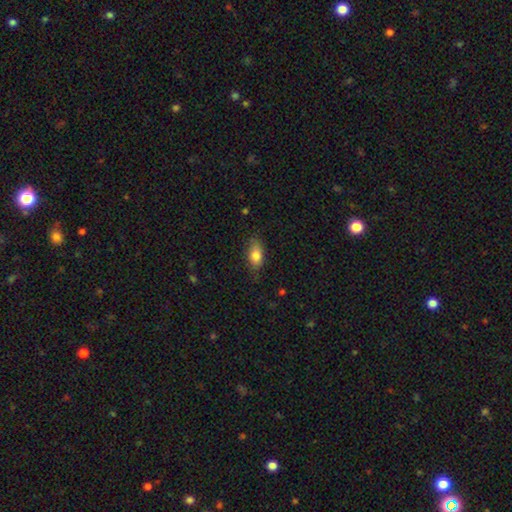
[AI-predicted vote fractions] A smooth galaxy with no disk features (80%) that is in between round and cigar-shaped (85%). Merging: none (76%).